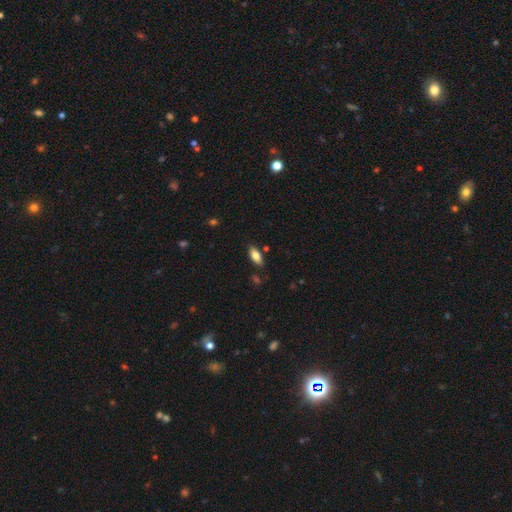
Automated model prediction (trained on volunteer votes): Q: Smooth or featured?
A: smooth (81%); runner-up: featured or disk (12%)
Q: How rounded?
A: in between (87%); runner-up: cigar-shaped (11%)
Q: Merging?
A: none (81%); runner-up: minor disturbance (13%)